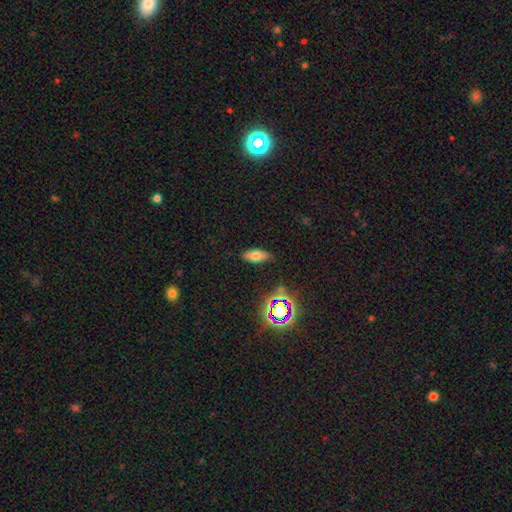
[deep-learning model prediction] Overall: smooth (66%). How rounded: in between (80%). Merging: none (84%).